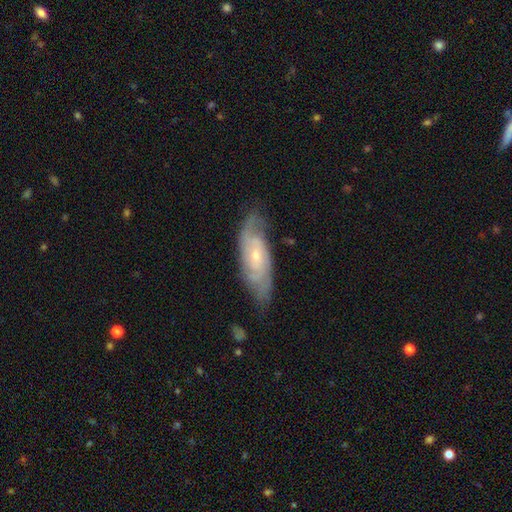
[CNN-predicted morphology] Q: Smooth or featured?
A: featured or disk (79%); runner-up: smooth (15%)
Q: Edge-on disk?
A: no (88%); runner-up: yes (12%)
Q: Bar?
A: no (61%); runner-up: weak (32%)
Q: Spiral arms?
A: yes (93%); runner-up: no (7%)
Q: Spiral winding?
A: tight (52%); runner-up: medium (37%)
Q: Spiral arm count?
A: 2 (51%); runner-up: can't tell (29%)
Q: Bulge size?
A: small (67%); runner-up: moderate (30%)
Q: Merging?
A: none (73%); runner-up: minor disturbance (20%)